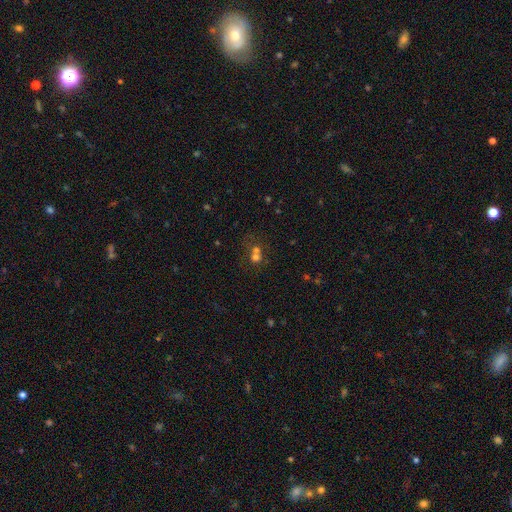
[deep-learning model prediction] A smooth galaxy with no disk features (55%) that is round (79%). Merging: merger (48%).